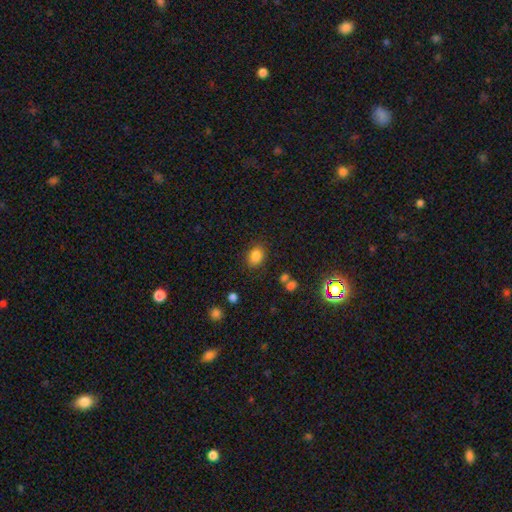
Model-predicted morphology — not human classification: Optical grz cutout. It shows a smooth galaxy with no disk features (83%) that is in between round and cigar-shaped (56%). Merging: none (82%).